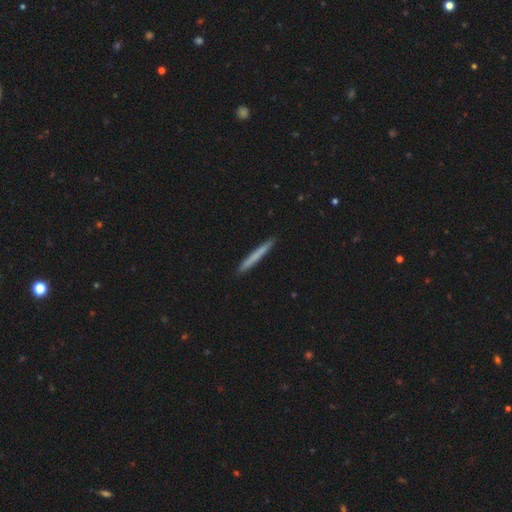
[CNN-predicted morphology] Q: Smooth or featured?
A: smooth (70%); runner-up: featured or disk (25%)
Q: How rounded?
A: cigar-shaped (97%); runner-up: in between (2%)
Q: Merging?
A: none (91%); runner-up: minor disturbance (6%)